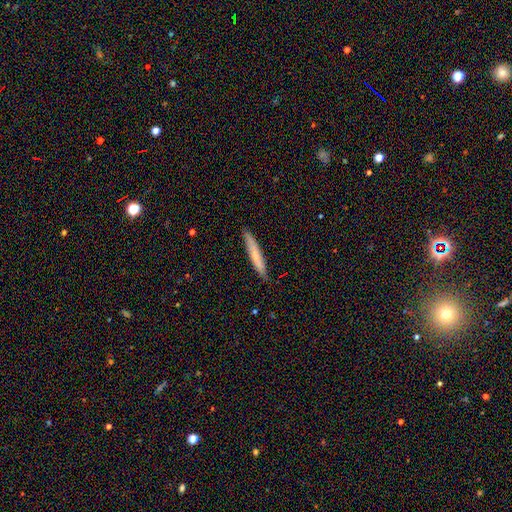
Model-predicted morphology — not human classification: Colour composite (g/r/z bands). It shows a smooth galaxy with no disk features (63%) that is cigar-shaped (95%). Merging: none (88%).